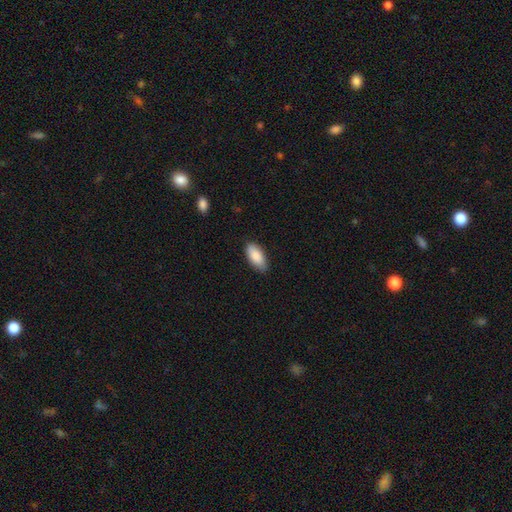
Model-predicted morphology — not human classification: smooth-or-featured: smooth: 89% | star or artifact: 6% | featured or disk: 6%
  how-rounded: in between: 91% | cigar-shaped: 7% | round: 2%
  merging: none: 84% | minor disturbance: 13% | major disturbance: 2% | merger: 1%